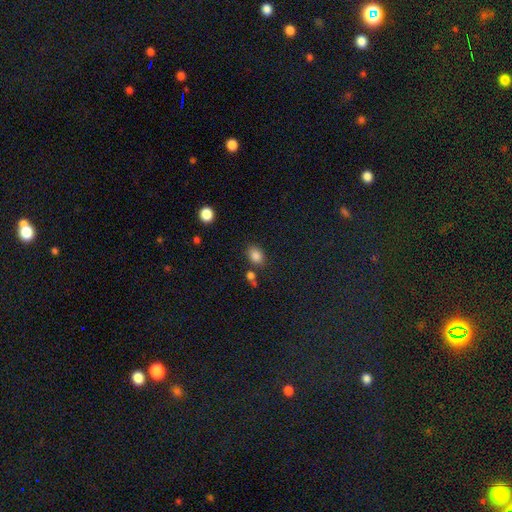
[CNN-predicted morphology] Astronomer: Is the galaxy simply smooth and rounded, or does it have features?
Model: smooth — 84%.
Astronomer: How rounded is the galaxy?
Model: in between — 70%.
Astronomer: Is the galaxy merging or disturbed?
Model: none — 72%.